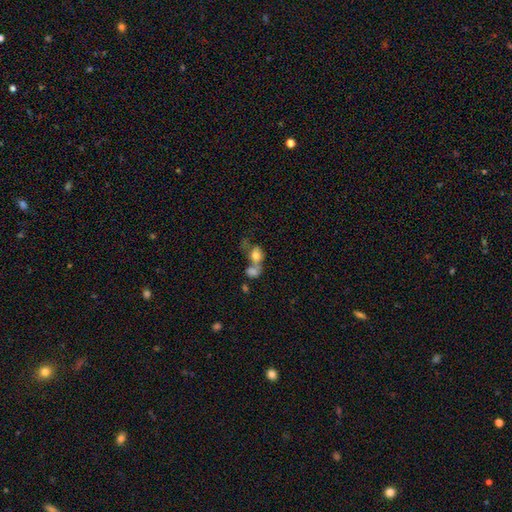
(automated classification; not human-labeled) smooth_or_featured: smooth (p=0.69) [alt: featured or disk p=0.20]
how_rounded: in between (p=0.49) [tied with: round p=0.49]
merging: merger (p=0.65) [alt: none p=0.17]